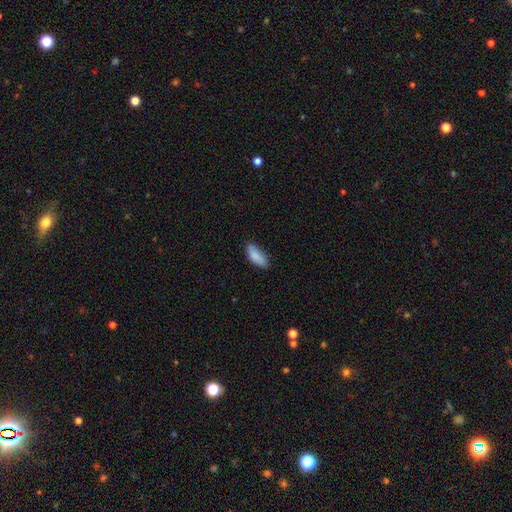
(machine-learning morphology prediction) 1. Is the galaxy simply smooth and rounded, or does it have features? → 85% smooth, 9% featured or disk, 6% star or artifact.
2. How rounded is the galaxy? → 80% in between, 18% cigar-shaped, 2% round.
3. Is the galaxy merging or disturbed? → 78% none, 18% minor disturbance, 3% major disturbance, 1% merger.